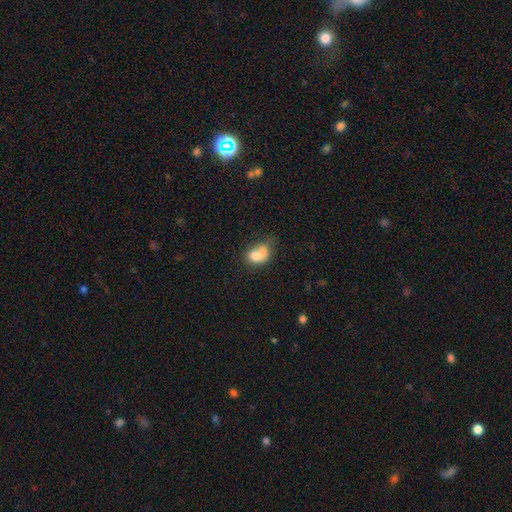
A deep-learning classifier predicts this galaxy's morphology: Smooth or featured? Predicted: smooth (p=0.73). How rounded? Predicted: in between (p=0.56). Merging? Predicted: merger (p=0.30).